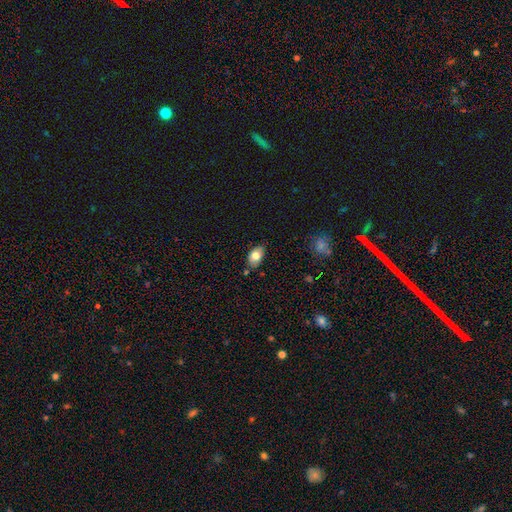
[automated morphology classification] Q: Smooth or featured?
A: smooth (76%); runner-up: featured or disk (16%)
Q: How rounded?
A: in between (89%); runner-up: round (9%)
Q: Merging?
A: none (76%); runner-up: minor disturbance (19%)